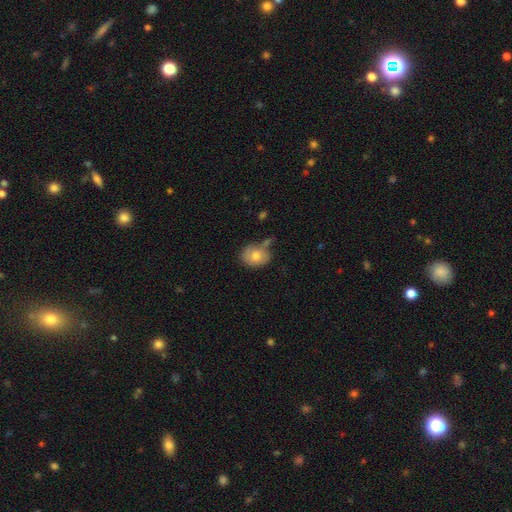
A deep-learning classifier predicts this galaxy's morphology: Smooth or featured? smooth (75%)
How rounded? round (51%)
Merging? none (54%)